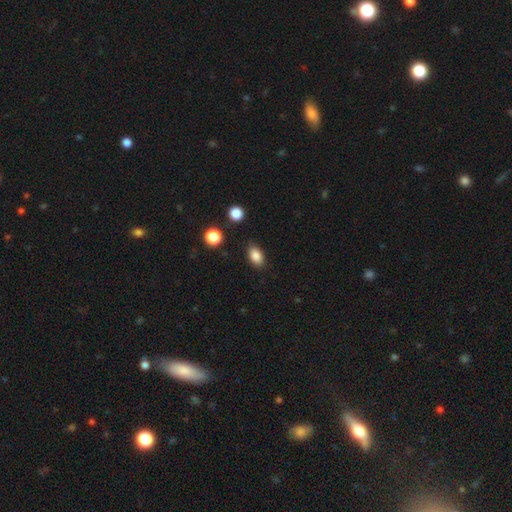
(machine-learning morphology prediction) smooth-or-featured: smooth: 86% | star or artifact: 9% | featured or disk: 5%
  how-rounded: in between: 88% | round: 10% | cigar-shaped: 2%
  merging: none: 86% | minor disturbance: 10% | major disturbance: 3% | merger: 2%